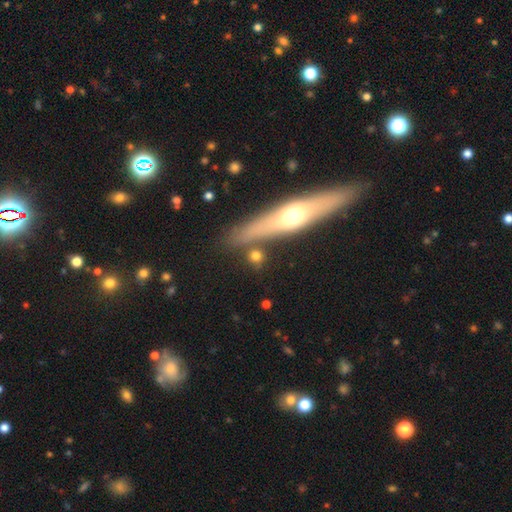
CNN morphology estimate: Smooth or featured? smooth (73%)
How rounded? round (68%)
Merging? none (76%)